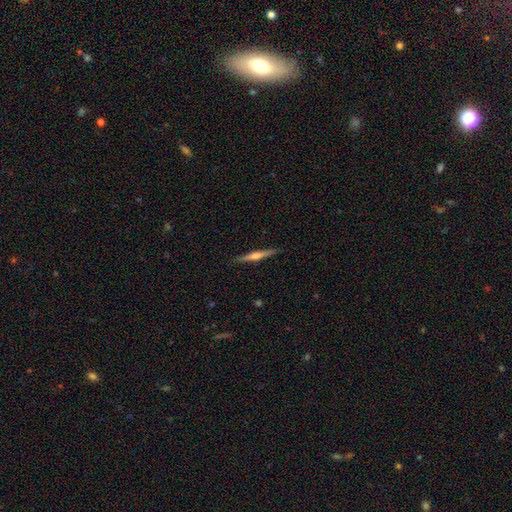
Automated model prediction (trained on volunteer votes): Overall: featured or disk (67%; smooth 27%). Edge-on disk: yes (98%). Edge-on bulge: rounded (81%). Merging: none (91%).